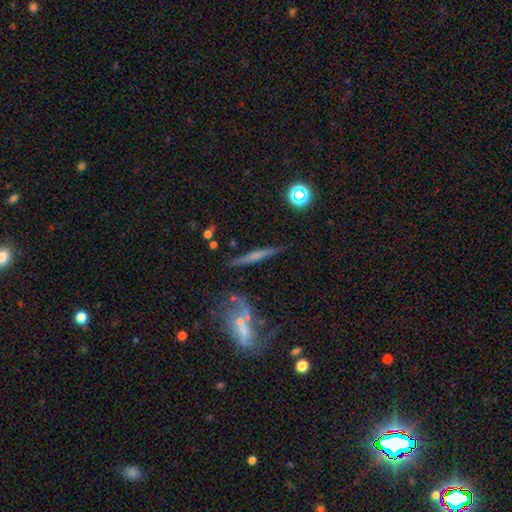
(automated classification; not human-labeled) Morphology: type=featured or disk (55%); edge-on=yes (90%); merging=none (75%).